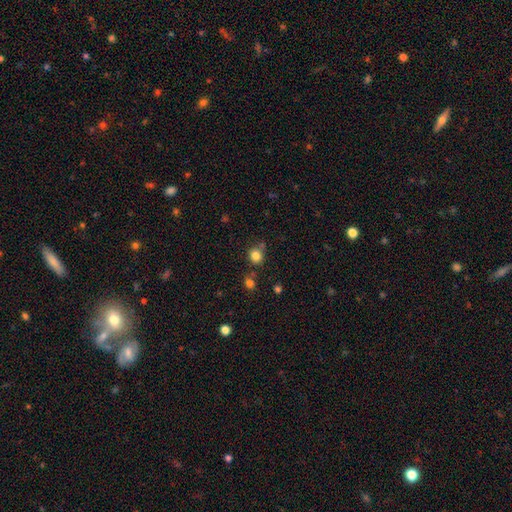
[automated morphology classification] smooth 82%, star or artifact 13%, featured or disk 5%. Down the decision tree: how rounded — round (85%); merging — none (74%).